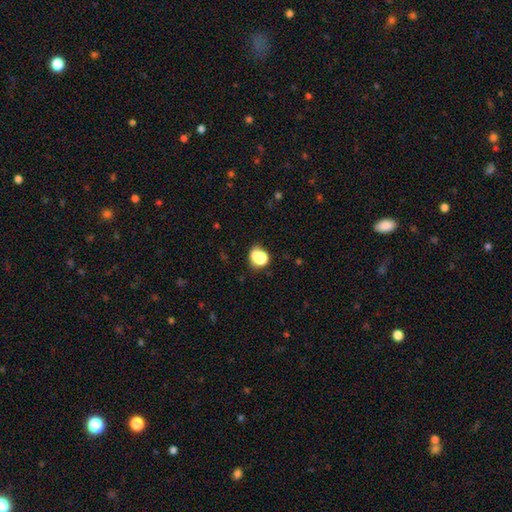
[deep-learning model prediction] Morphology: type=smooth (73%); roundness=round (66%); merging=none (45%).